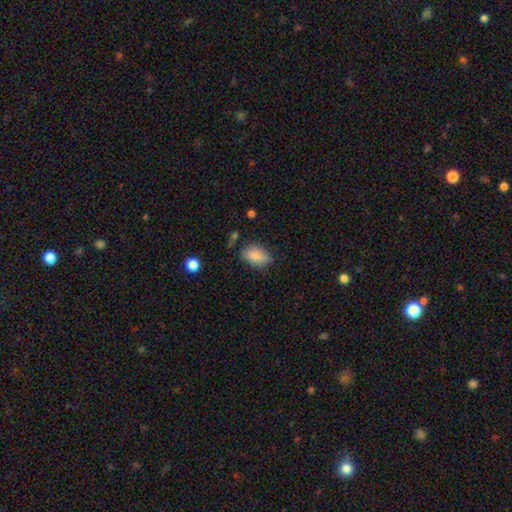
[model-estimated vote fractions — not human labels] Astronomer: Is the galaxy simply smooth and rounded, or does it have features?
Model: smooth — 83%.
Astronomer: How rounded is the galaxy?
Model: in between — 88%.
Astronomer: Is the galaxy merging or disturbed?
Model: none — 68%.